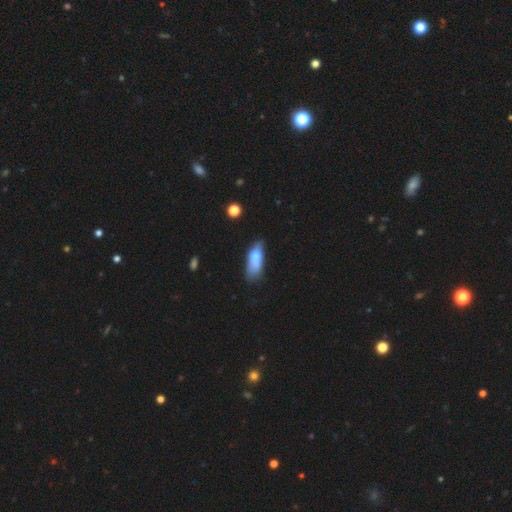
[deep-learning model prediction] Smooth or featured? smooth (65%)
How rounded? in between (70%)
Merging? none (38%)